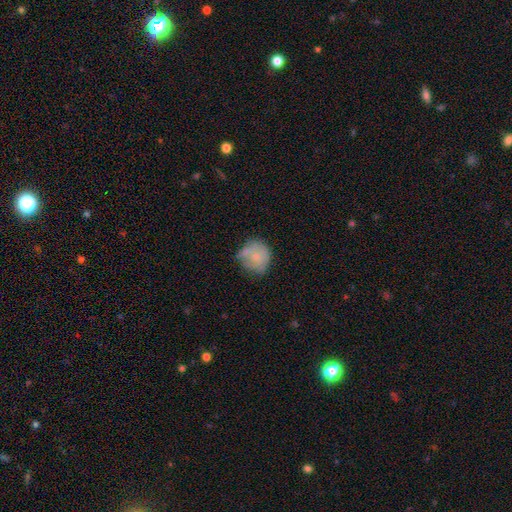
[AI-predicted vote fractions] Morphology: type=smooth (63%); roundness=round (87%); merging=none (55%).